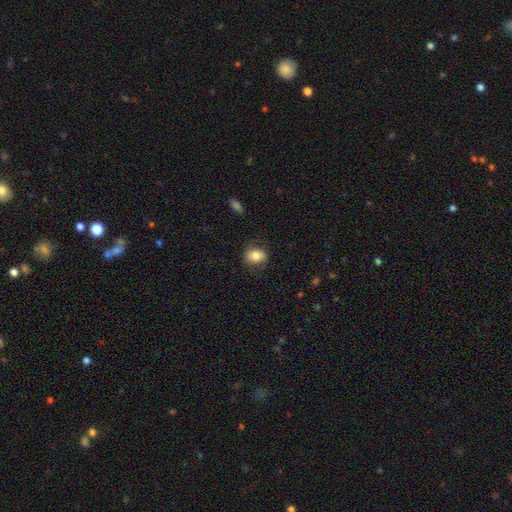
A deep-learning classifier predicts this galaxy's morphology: type=smooth (77%); roundness=in between (63%); merging=none (73%).